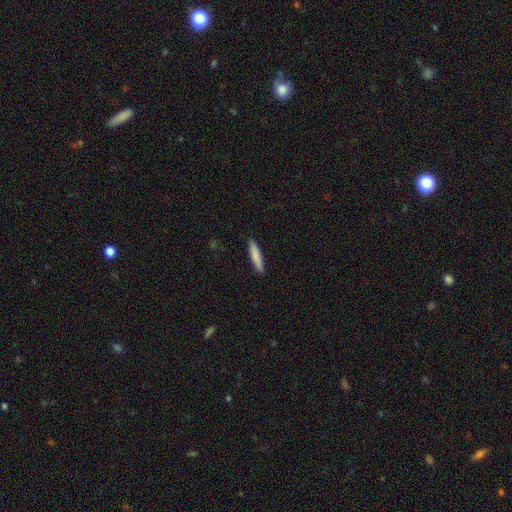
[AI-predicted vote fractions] Smooth or featured? smooth (81%)
How rounded? cigar-shaped (86%)
Merging? none (90%)